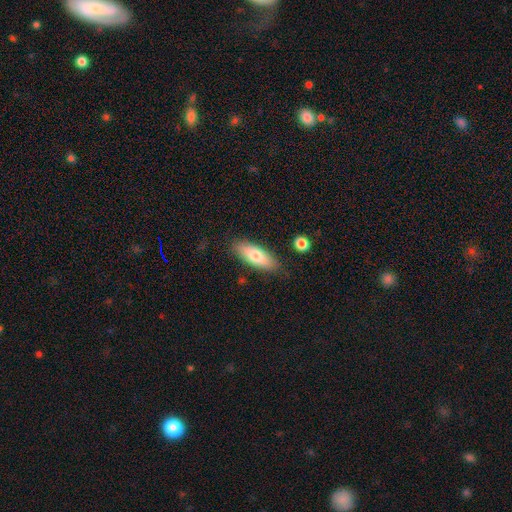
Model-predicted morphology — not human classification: Smooth or featured? smooth (74%)
How rounded? in between (67%)
Merging? none (82%)